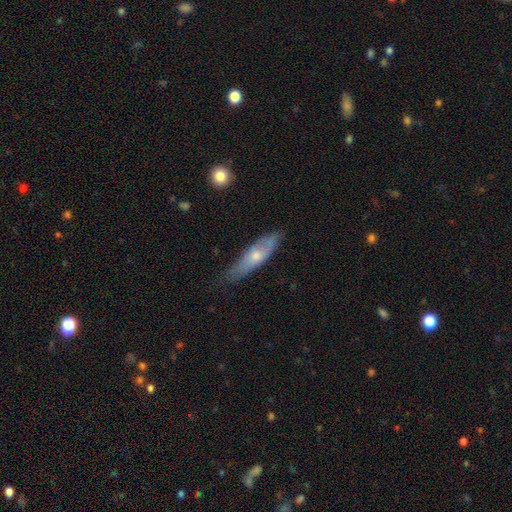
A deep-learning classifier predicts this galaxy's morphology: smooth-or-featured: smooth: 48% | featured or disk: 46% | star or artifact: 6%
  merging: none: 66% | minor disturbance: 27% | major disturbance: 6% | merger: 2%